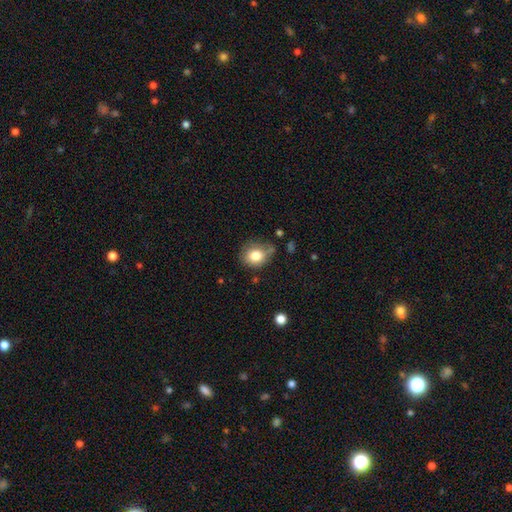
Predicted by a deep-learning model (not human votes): Smooth or featured? Predicted: smooth (p=0.81). How rounded? Predicted: round (p=0.68). Merging? Predicted: none (p=0.59).